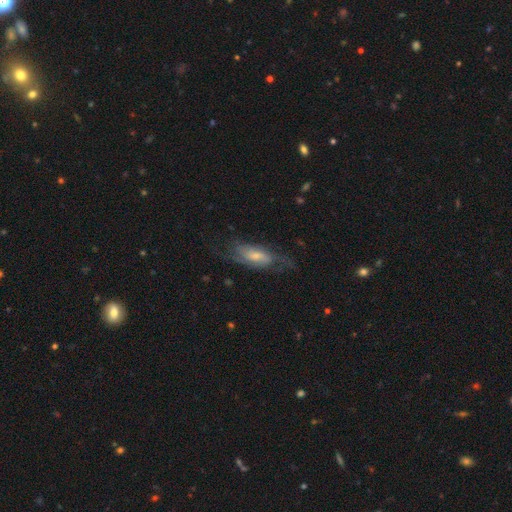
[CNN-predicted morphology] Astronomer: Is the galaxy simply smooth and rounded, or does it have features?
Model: featured or disk — 65%.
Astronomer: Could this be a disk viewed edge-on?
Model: no — 86%.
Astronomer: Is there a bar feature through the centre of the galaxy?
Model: no — 53% (runner-up: weak, 39%).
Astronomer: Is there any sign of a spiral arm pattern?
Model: yes — 86%.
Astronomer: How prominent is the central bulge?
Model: moderate — 43% (runner-up: small, 37%).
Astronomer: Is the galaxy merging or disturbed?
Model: none — 58%.